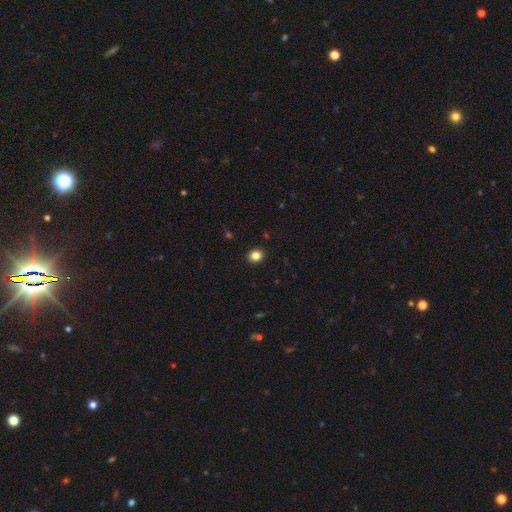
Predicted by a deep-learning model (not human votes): This is clearly a smooth galaxy (84%). How rounded: likely round (62%). Merging: clearly none (91%).